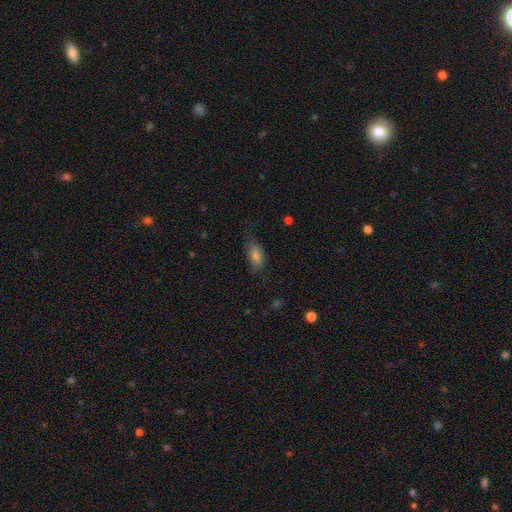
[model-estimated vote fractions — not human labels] Smooth or featured? Predicted: smooth (p=0.73). How rounded? Predicted: in between (p=0.79). Merging? Predicted: none (p=0.65).